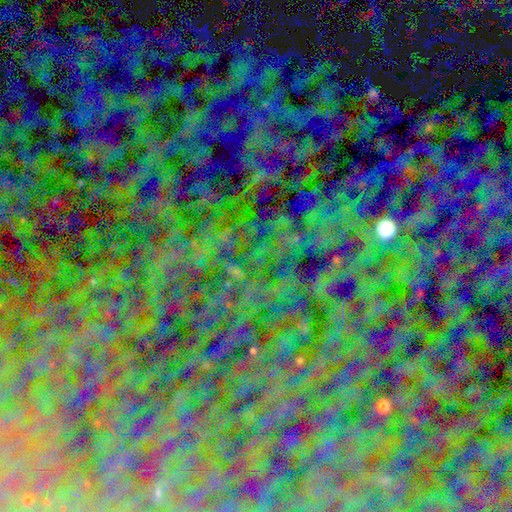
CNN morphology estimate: This appears to be a star or artifact, not a galaxy (82%).